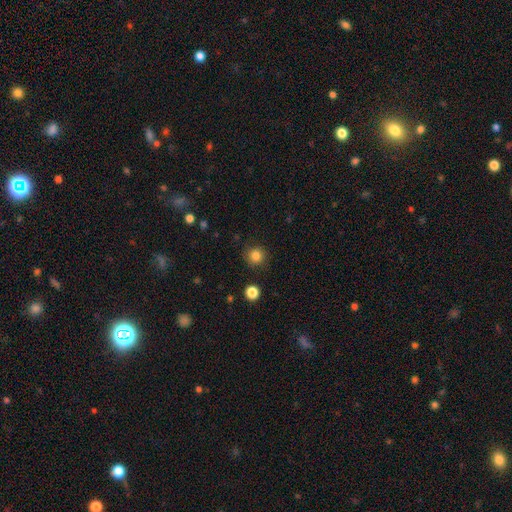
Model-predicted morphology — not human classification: smooth-or-featured: smooth: 83% | star or artifact: 12% | featured or disk: 5%
  how-rounded: round: 94% | in between: 5% | cigar-shaped: 1%
  merging: none: 89% | minor disturbance: 7% | major disturbance: 2% | merger: 2%